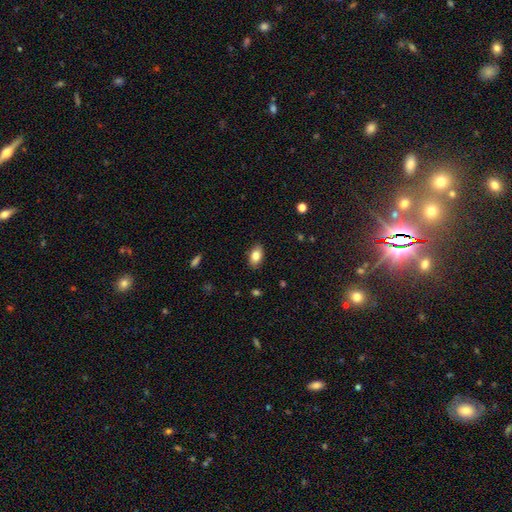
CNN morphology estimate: smooth 82%, featured or disk 11%, star or artifact 8%. Down the decision tree: how rounded — in between (90%); merging — none (87%).